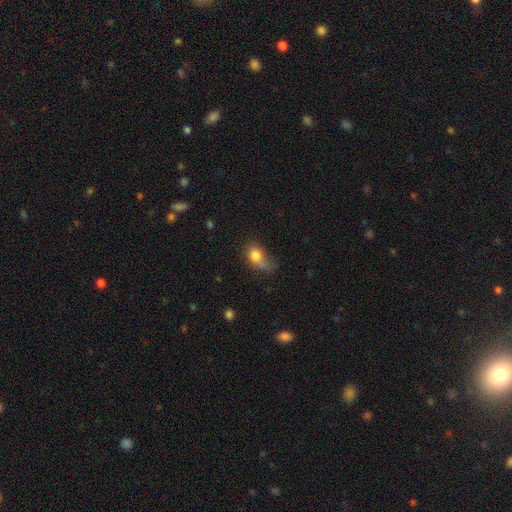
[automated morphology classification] Smooth or featured? smooth (77%)
How rounded? in between (70%)
Merging? major disturbance (33%)